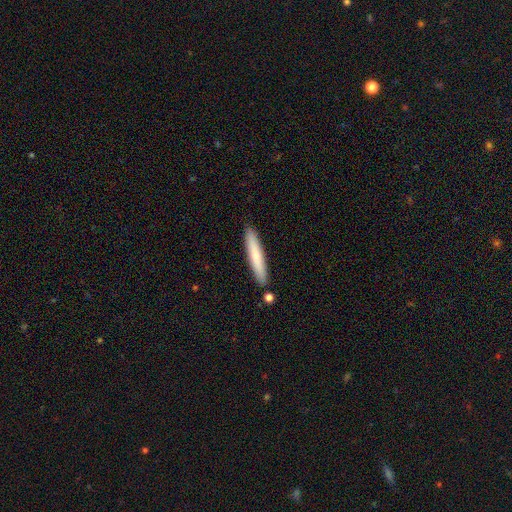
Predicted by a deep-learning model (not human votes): Smooth or featured? smooth (74%)
How rounded? cigar-shaped (94%)
Merging? none (88%)